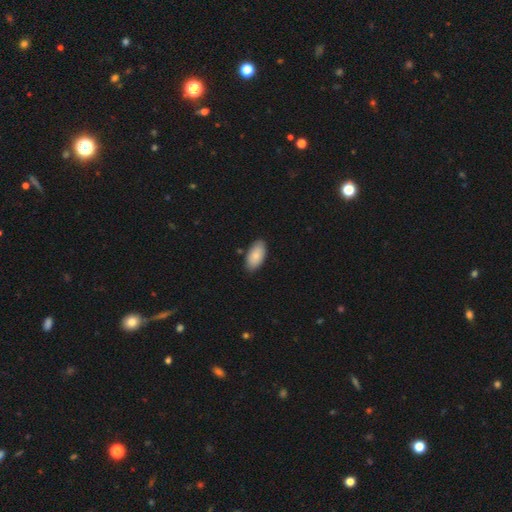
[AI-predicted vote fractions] smooth 85%, featured or disk 9%, star or artifact 6%. Down the decision tree: how rounded — in between (95%); merging — none (84%).